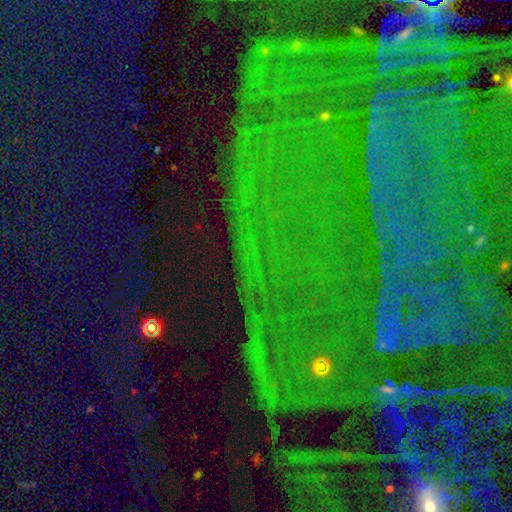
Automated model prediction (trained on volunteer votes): This appears to be a star or artifact, not a galaxy (86%).